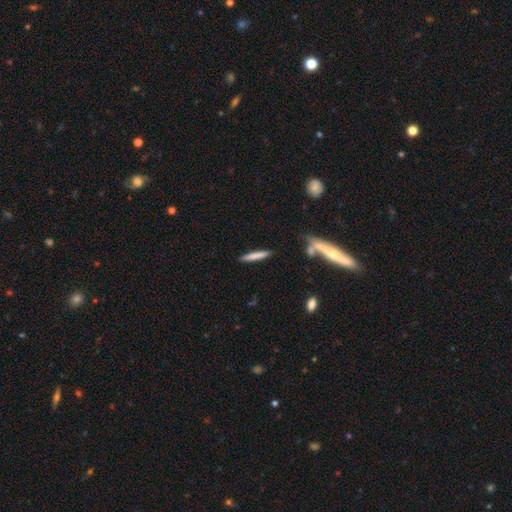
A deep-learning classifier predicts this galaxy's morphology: This appears to be a smooth galaxy with no disk features (74%) that is cigar-shaped (93%). Merging: none (85%).